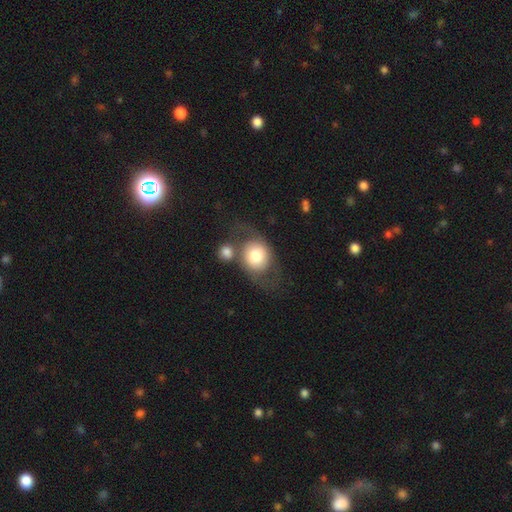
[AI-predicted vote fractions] Overall: smooth (62%; featured or disk 32%). How rounded: round (59%; in between 40%). Merging: none (42%; merger 24%).